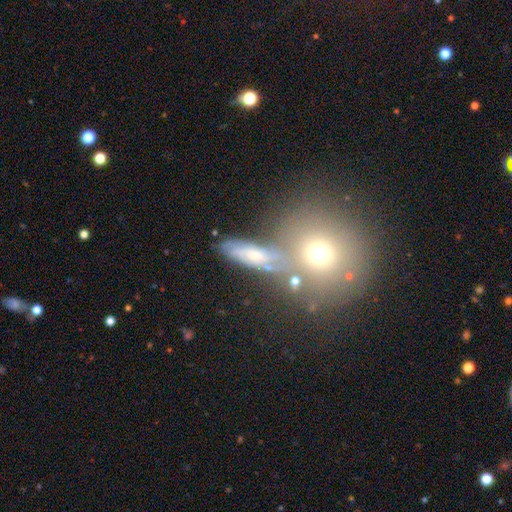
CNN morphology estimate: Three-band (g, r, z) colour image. It shows a featured or disk galaxy (42%). Merging: none (50%).